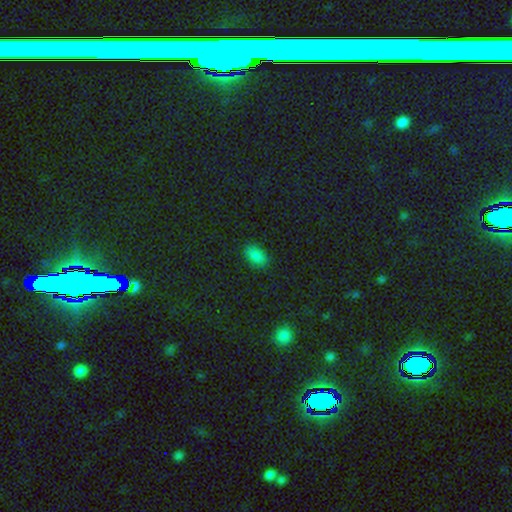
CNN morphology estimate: This appears to be a smooth galaxy with no disk features (83%) that is in between round and cigar-shaped (93%). Merging: none (86%).